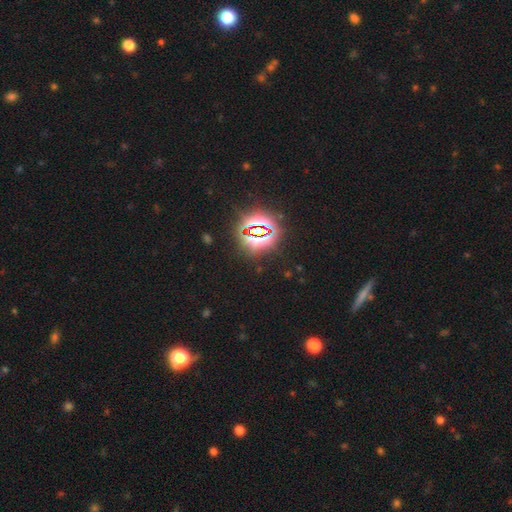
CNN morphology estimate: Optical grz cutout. It shows a star or artifact, not a galaxy (81%).